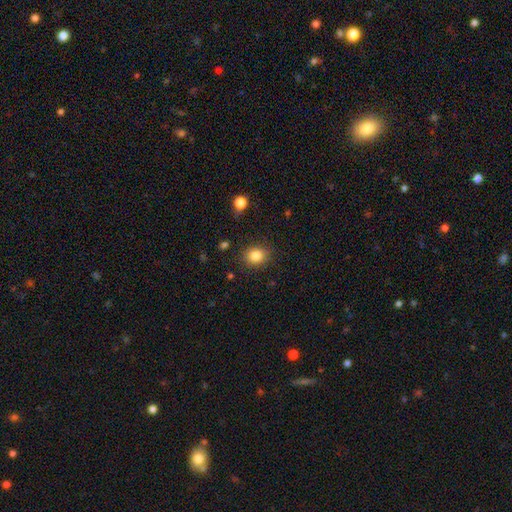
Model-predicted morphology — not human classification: type=smooth (84%); roundness=round (67%); merging=none (86%).